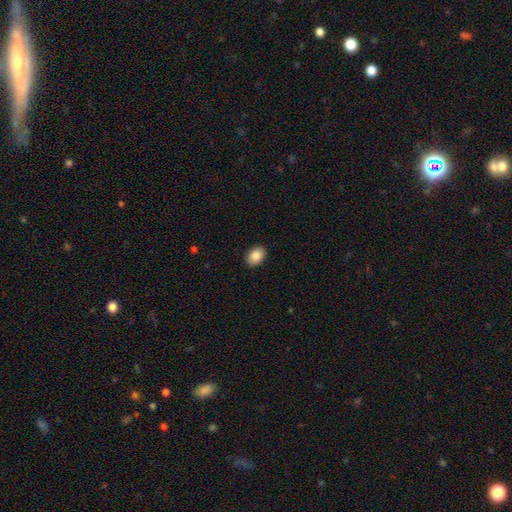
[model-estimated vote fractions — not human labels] A smooth galaxy with no disk features (88%) that is in between round and cigar-shaped (76%). Merging: none (90%).